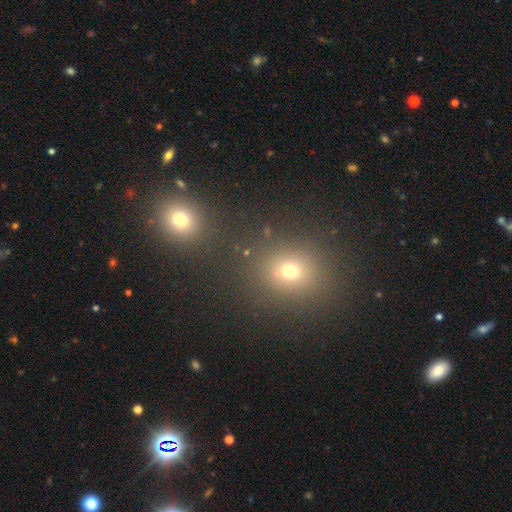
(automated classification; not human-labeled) Smooth or featured?
  - smooth: 49% *
  - star or artifact: 42%
  - featured or disk: 8%
Merging?
  - none: 77% *
  - merger: 13%
  - minor disturbance: 7%
  - major disturbance: 3%